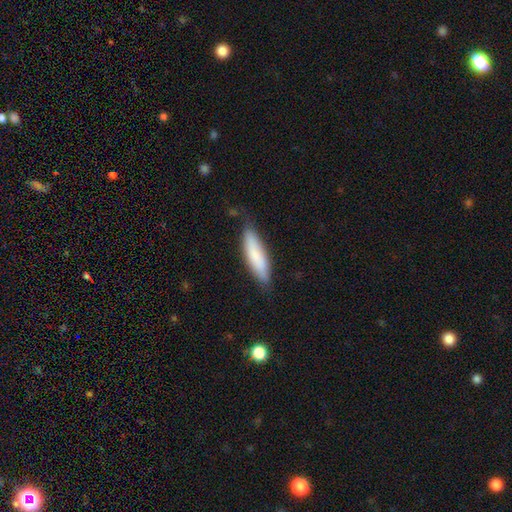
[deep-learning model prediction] The model was most divided on "how rounded": cigar-shaped: 63%, in between: 35%, round: 1%. More confident: smooth or featured — smooth (80%); merging — none (75%).